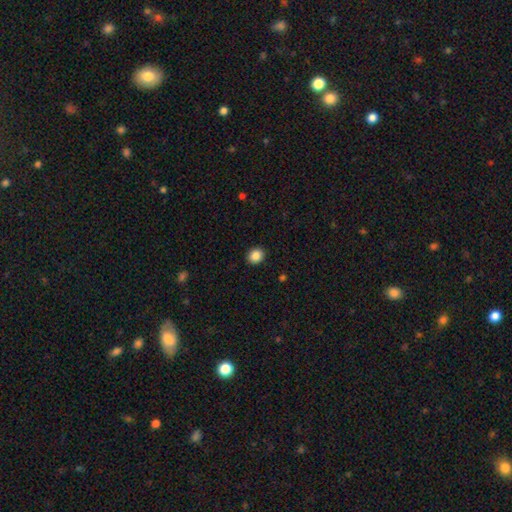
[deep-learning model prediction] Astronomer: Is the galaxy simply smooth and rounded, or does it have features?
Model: smooth — 87%.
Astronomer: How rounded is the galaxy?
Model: round — 71%.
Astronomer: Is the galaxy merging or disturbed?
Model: none — 91%.